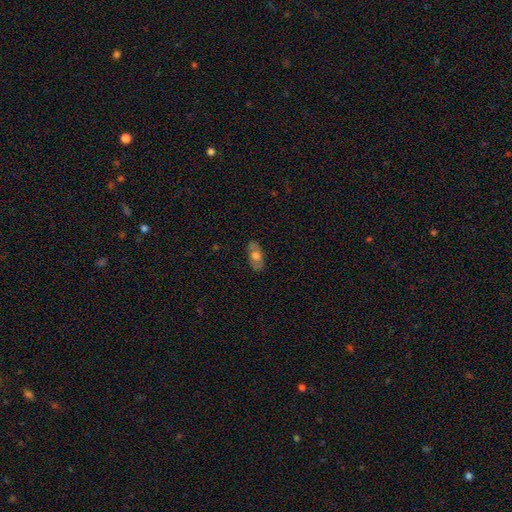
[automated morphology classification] Smooth or featured? smooth (60%)
How rounded? in between (87%)
Merging? none (80%)